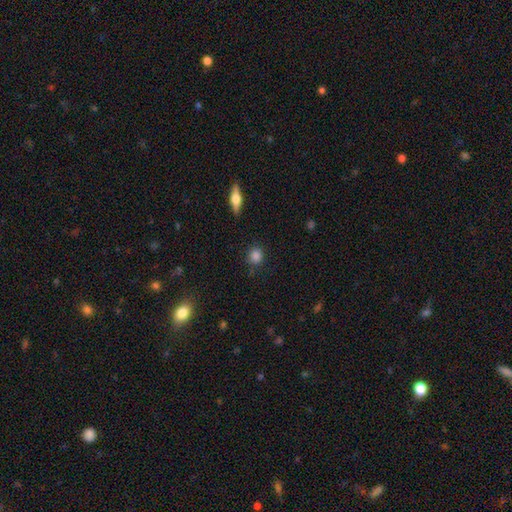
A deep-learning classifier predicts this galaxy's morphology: smooth_or_featured: smooth (p=0.86) [alt: star or artifact p=0.09]
how_rounded: round (p=0.84) [alt: in between p=0.15]
merging: none (p=0.86) [alt: minor disturbance p=0.10]